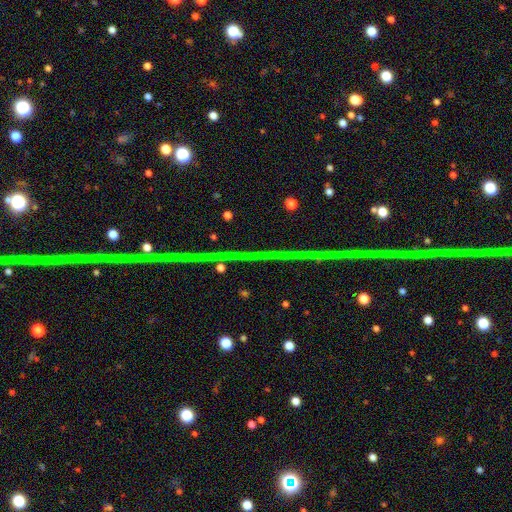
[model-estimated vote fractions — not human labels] smooth-or-featured: star or artifact: 82% | featured or disk: 11% | smooth: 7%